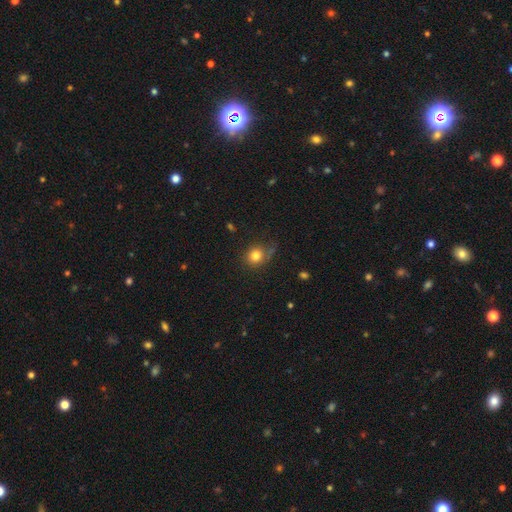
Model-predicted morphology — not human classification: smooth_or_featured: smooth (p=0.80) [alt: star or artifact p=0.12]
how_rounded: round (p=0.81) [alt: in between p=0.18]
merging: none (p=0.70) [alt: minor disturbance p=0.19]